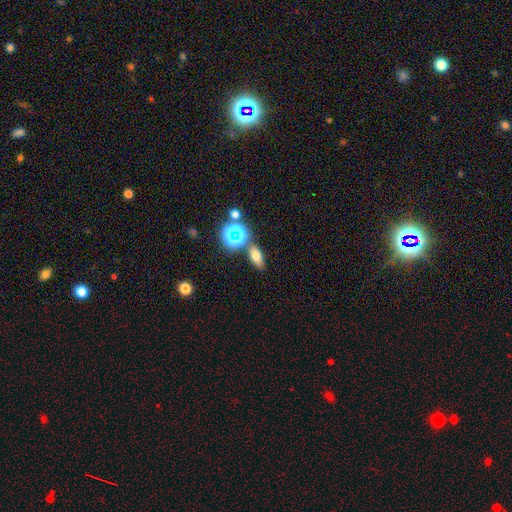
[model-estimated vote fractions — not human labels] Q: Smooth or featured?
A: smooth (66%); runner-up: star or artifact (21%)
Q: How rounded?
A: in between (75%); runner-up: round (15%)
Q: Merging?
A: none (76%); runner-up: minor disturbance (10%)